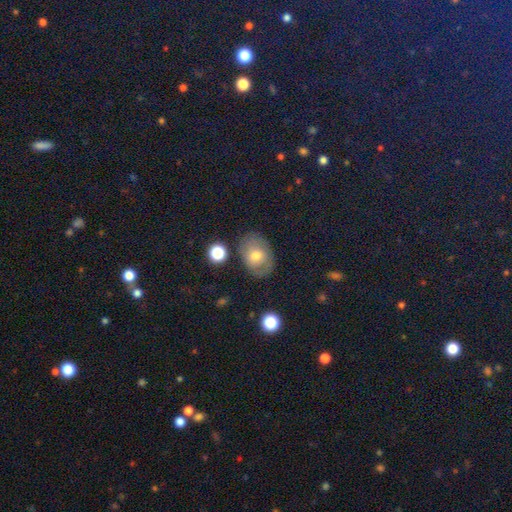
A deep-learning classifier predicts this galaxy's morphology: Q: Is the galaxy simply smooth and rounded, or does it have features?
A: smooth — 56%.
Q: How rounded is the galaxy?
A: in between — 74%.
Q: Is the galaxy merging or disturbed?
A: none — 74%.